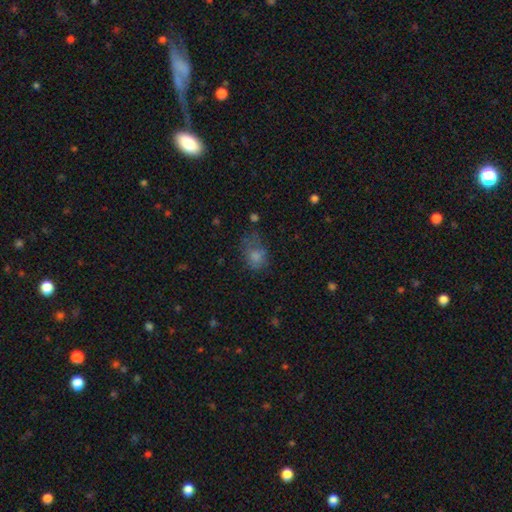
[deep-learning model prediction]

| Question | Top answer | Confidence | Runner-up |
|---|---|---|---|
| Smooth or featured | smooth | 73% | featured or disk (14%) |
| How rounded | in between | 63% | round (35%) |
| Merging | none | 40% | minor disturbance (28%) |